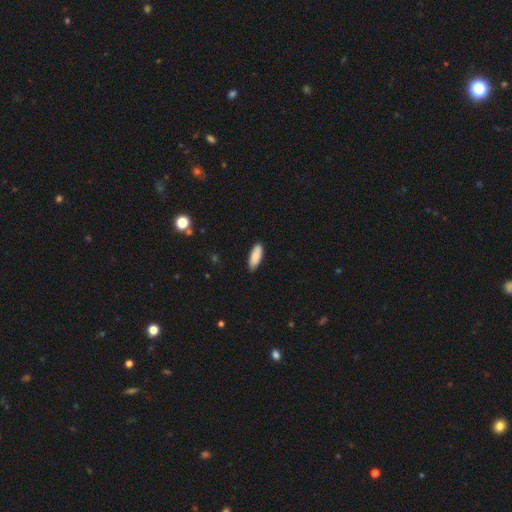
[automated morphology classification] A smooth galaxy with no disk features (88%) that is in between round and cigar-shaped (69%). Merging: none (84%).